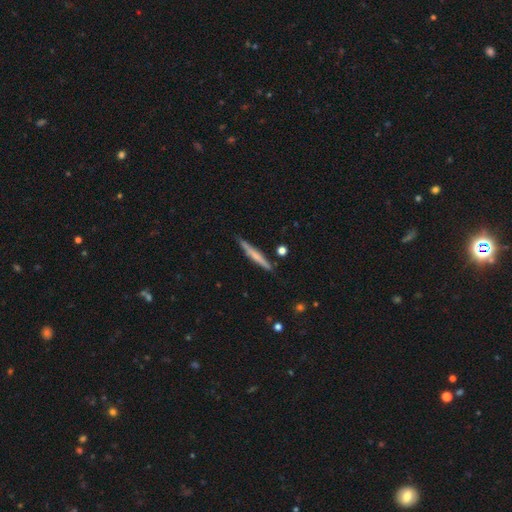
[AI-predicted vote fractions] This is possibly a featured or disk galaxy (47%, tied with smooth). Merging: clearly none (84%).